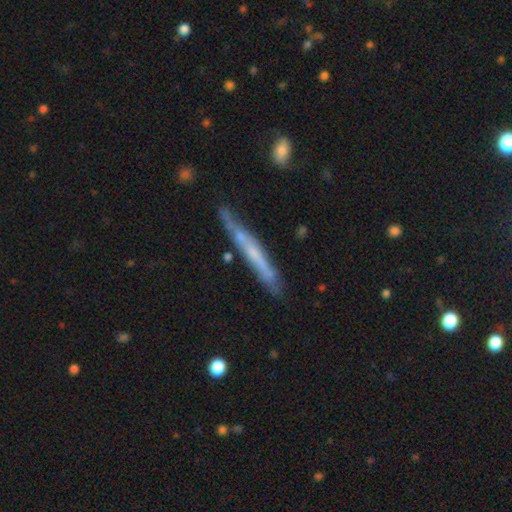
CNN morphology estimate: Smooth or featured?
  - featured or disk: 57% *
  - smooth: 37%
  - star or artifact: 6%
Edge-on disk?
  - yes: 89% *
  - no: 11%
Edge-on bulge?
  - none: 70% *
  - rounded: 18%
  - boxy: 12%
Merging?
  - none: 71% *
  - minor disturbance: 20%
  - major disturbance: 5%
  - merger: 4%